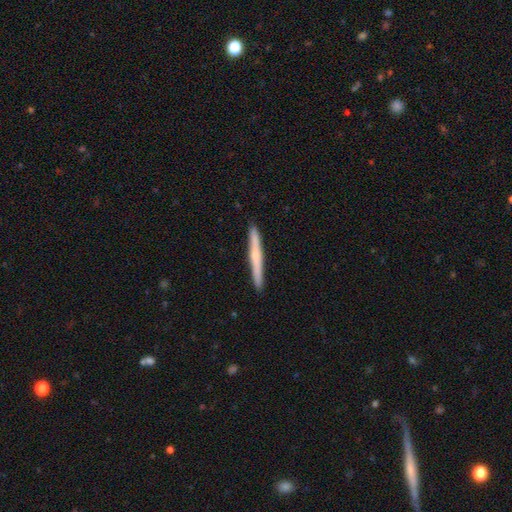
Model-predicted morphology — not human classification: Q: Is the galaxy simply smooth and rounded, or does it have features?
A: smooth — 49%.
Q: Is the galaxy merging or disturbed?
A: none — 92%.